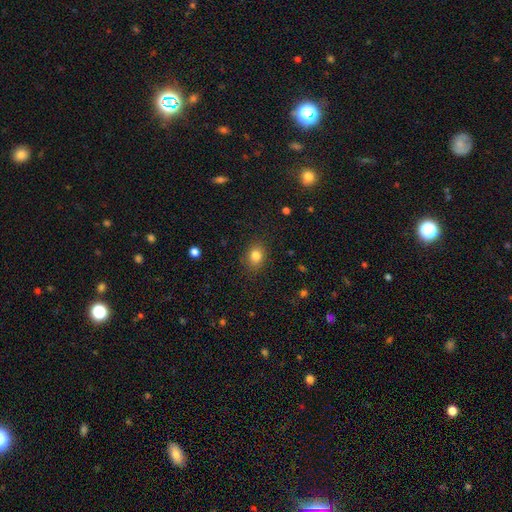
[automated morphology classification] Smooth or featured?
  - smooth: 82% *
  - star or artifact: 11%
  - featured or disk: 7%
How rounded?
  - round: 51% *
  - in between: 48%
  - cigar-shaped: 1%
Merging?
  - none: 86% *
  - minor disturbance: 10%
  - major disturbance: 3%
  - merger: 1%